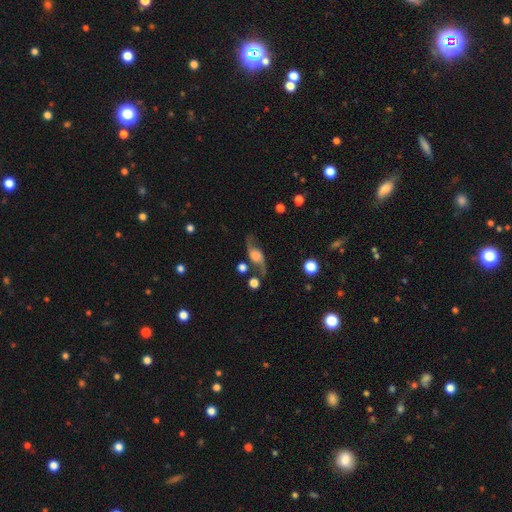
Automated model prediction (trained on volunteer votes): smooth-or-featured: featured or disk: 81% | smooth: 12% | star or artifact: 8%
  disk-edge-on: no: 86% | yes: 14%
    bar: no: 61% | weak: 30% | strong: 9%
    has-spiral-arms: yes: 95% | no: 5%
      spiral-winding: loose: 87% | medium: 11% | tight: 3%
      spiral-arm-count: 2: 94% | 1: 2% | can't tell: 2% | 3: 1% | 4: 1% | more than 4: 1%
    bulge-size: large: 34% | moderate: 21% | none: 18% | small: 15% | dominant: 12%
  merging: none: 70% | minor disturbance: 16% | major disturbance: 9% | merger: 5%